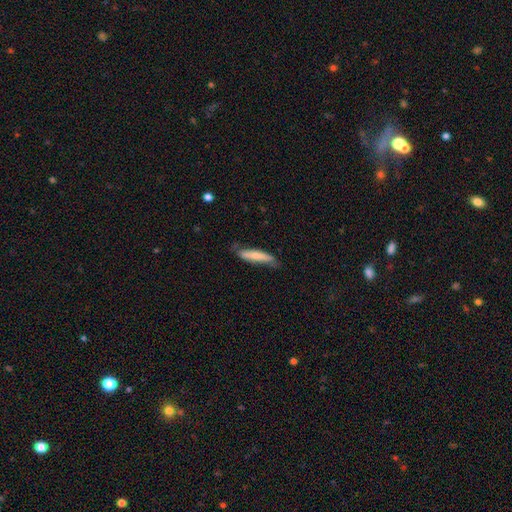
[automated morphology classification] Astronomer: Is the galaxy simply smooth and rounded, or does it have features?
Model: smooth — 63%.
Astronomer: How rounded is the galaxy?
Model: cigar-shaped — 77%.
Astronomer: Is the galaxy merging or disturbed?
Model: none — 63%.